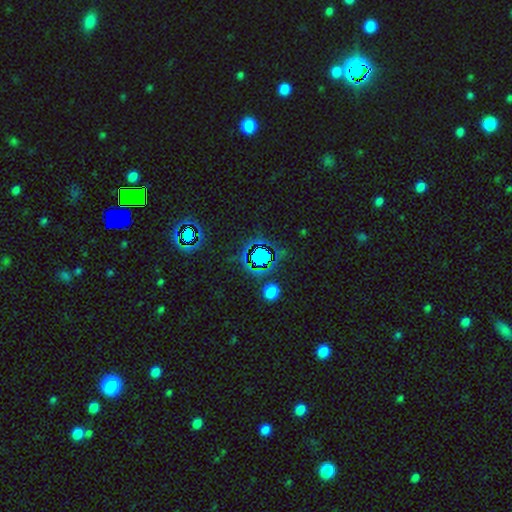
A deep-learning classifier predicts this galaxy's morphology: This is likely a star or artifact rather than a galaxy (71%).